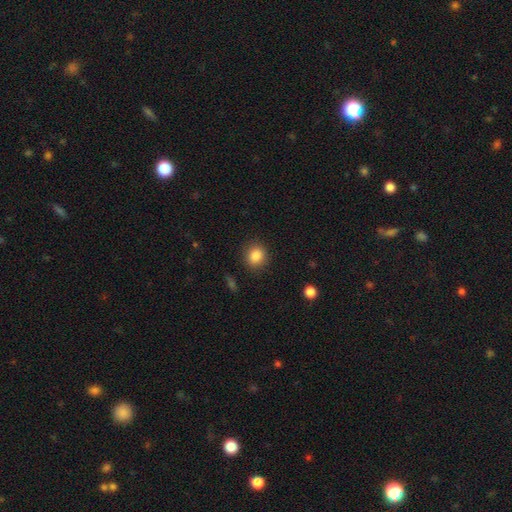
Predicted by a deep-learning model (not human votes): The model was most divided on "how rounded": round: 79%, in between: 20%, cigar-shaped: 1%. More confident: merging — none (88%); smooth or featured — smooth (86%).